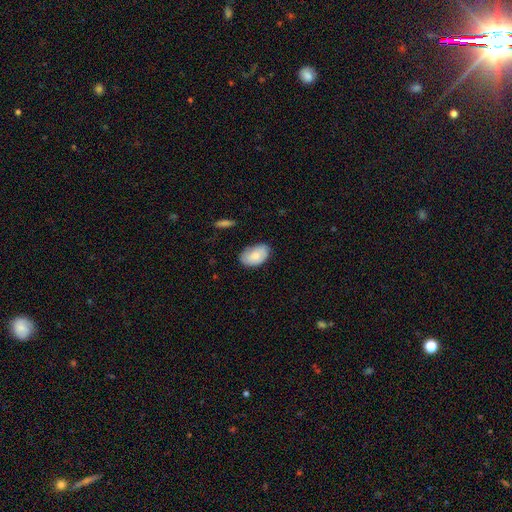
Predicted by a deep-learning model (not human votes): Q: Smooth or featured?
A: smooth (81%); runner-up: featured or disk (13%)
Q: How rounded?
A: in between (92%); runner-up: round (6%)
Q: Merging?
A: none (75%); runner-up: minor disturbance (20%)